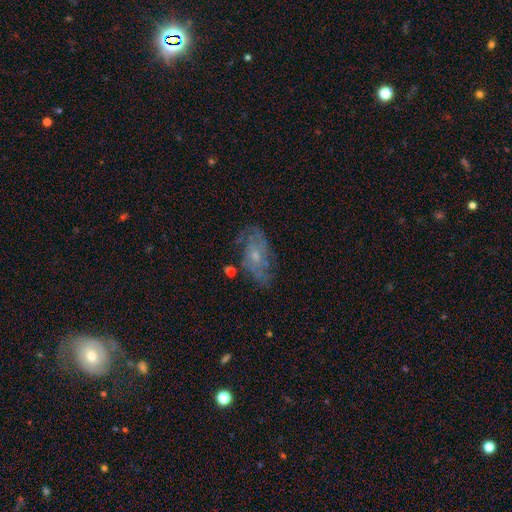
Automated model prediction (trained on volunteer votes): Q: Smooth or featured?
A: featured or disk (63%); runner-up: smooth (27%)
Q: Edge-on disk?
A: no (93%); runner-up: yes (7%)
Q: Bar?
A: no (73%); runner-up: weak (23%)
Q: Spiral arms?
A: yes (74%); runner-up: no (26%)
Q: Bulge size?
A: small (55%); runner-up: moderate (37%)
Q: Merging?
A: none (62%); runner-up: minor disturbance (22%)